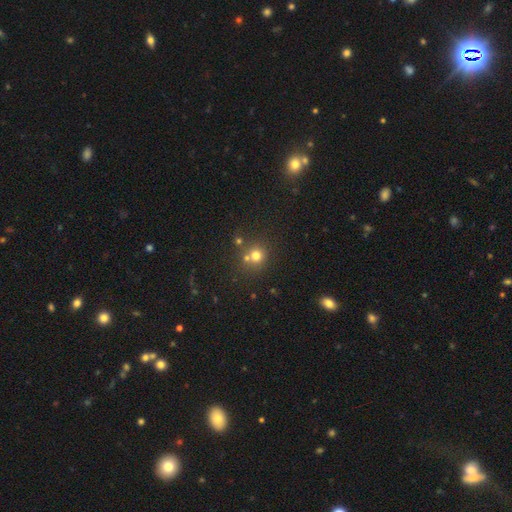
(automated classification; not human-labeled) Morphology: type=smooth (72%); roundness=round (88%); merging=none (60%).